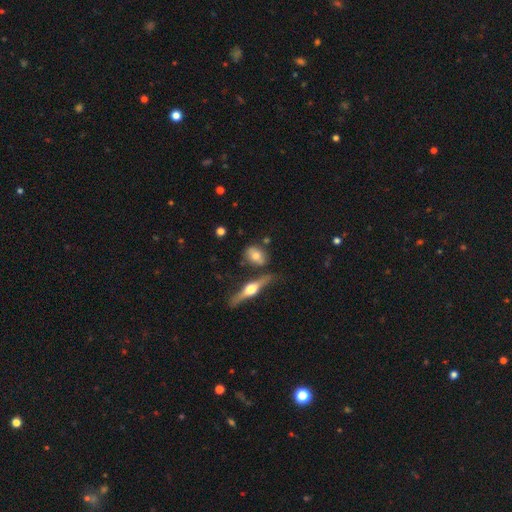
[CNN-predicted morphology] smooth 56%, featured or disk 36%, star or artifact 8%. Down the decision tree: how rounded — in between (66%); merging — none (68%).